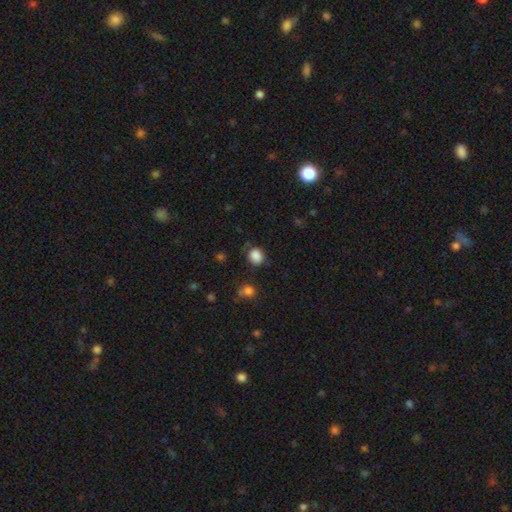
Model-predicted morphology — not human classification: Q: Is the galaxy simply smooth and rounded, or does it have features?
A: smooth — 85%.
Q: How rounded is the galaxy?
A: round — 73%.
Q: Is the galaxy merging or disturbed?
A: none — 76%.